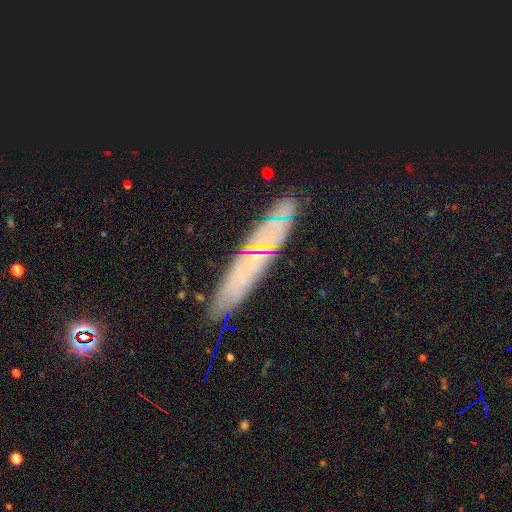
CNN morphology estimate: smooth-or-featured: featured or disk: 41% | star or artifact: 32% | smooth: 26%
  merging: none: 84% | minor disturbance: 10% | major disturbance: 3% | merger: 3%